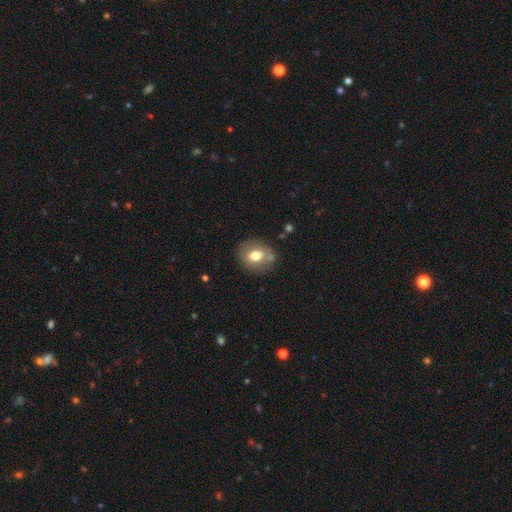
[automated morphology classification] Q: Smooth or featured?
A: smooth (71%); runner-up: featured or disk (20%)
Q: How rounded?
A: round (60%); runner-up: in between (40%)
Q: Merging?
A: none (73%); runner-up: minor disturbance (15%)